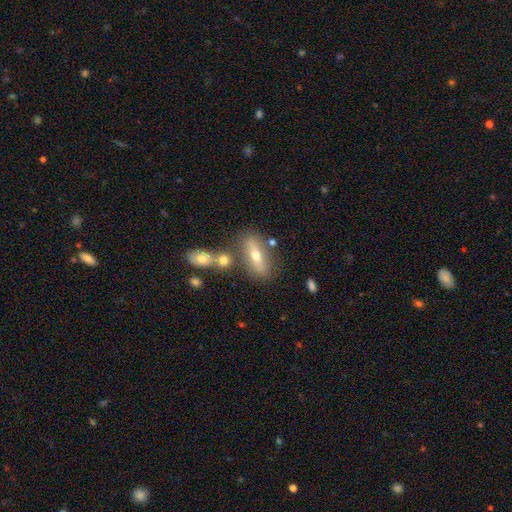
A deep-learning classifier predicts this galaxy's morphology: This is possibly a featured or disk galaxy (46%). Merging: likely none (65%).